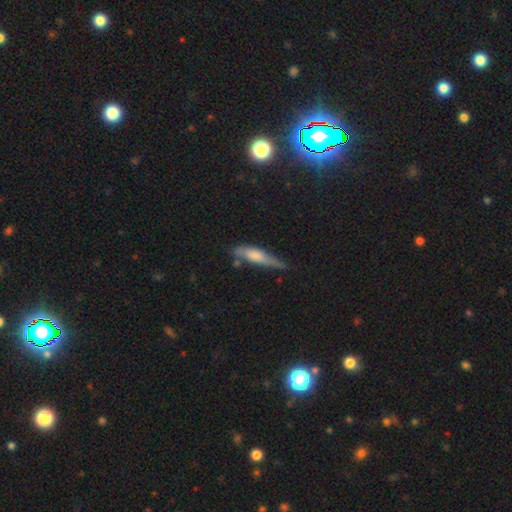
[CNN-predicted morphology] smooth_or_featured: smooth (p=0.59) [alt: featured or disk p=0.34]
how_rounded: cigar-shaped (p=0.73) [alt: in between p=0.24]
merging: none (p=0.48) [alt: minor disturbance p=0.35]